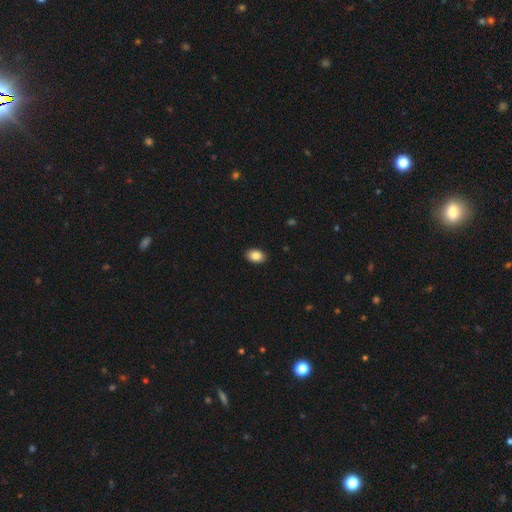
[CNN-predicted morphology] smooth_or_featured: smooth (p=0.86) [alt: star or artifact p=0.08]
how_rounded: in between (p=0.84) [alt: round p=0.15]
merging: none (p=0.91) [alt: minor disturbance p=0.07]